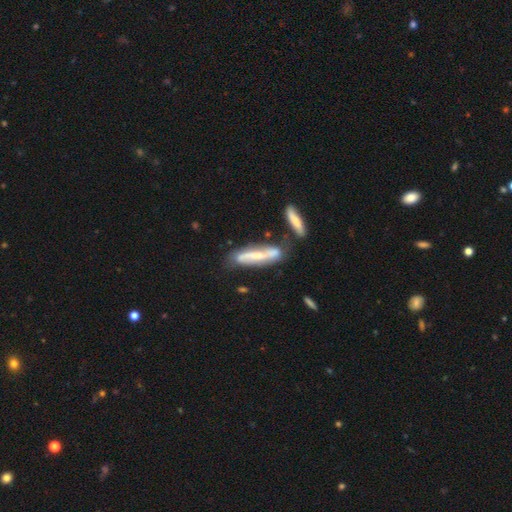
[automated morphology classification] Overall: featured or disk (58%; smooth 35%). Edge-on disk: no (55%; yes 45%). Merging: none (51%; merger 23%).